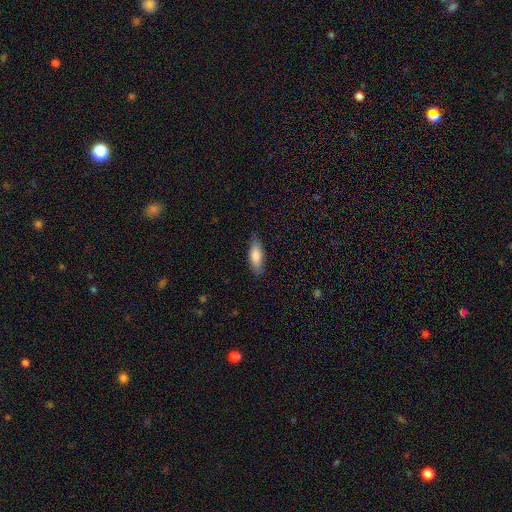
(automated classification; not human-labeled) Smooth or featured?
  - smooth: 79% *
  - featured or disk: 15%
  - star or artifact: 6%
How rounded?
  - in between: 63% *
  - cigar-shaped: 35%
  - round: 2%
Merging?
  - none: 81% *
  - minor disturbance: 15%
  - major disturbance: 3%
  - merger: 1%